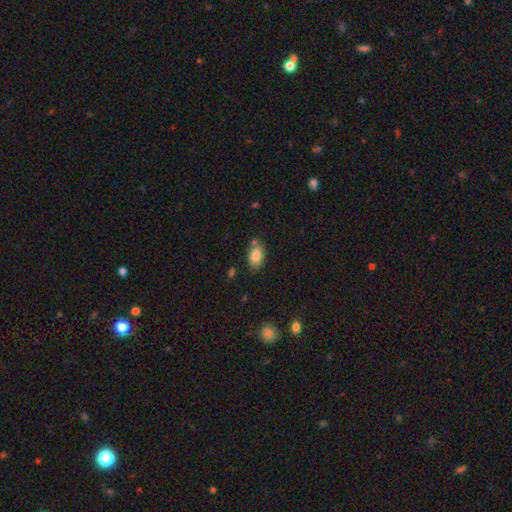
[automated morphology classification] smooth-or-featured: smooth: 84% | star or artifact: 8% | featured or disk: 8%
  how-rounded: in between: 88% | round: 10% | cigar-shaped: 2%
  merging: none: 69% | minor disturbance: 16% | merger: 10% | major disturbance: 4%